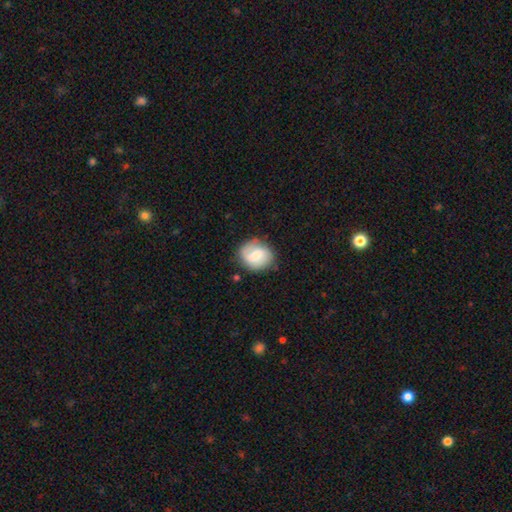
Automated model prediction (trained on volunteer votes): A featured or disk galaxy (49%).

Vote fractions:
- Smooth or featured? featured or disk: 49% / smooth: 44% / star or artifact: 7%
- Merging? none: 74% / minor disturbance: 18% / major disturbance: 6% / merger: 2%